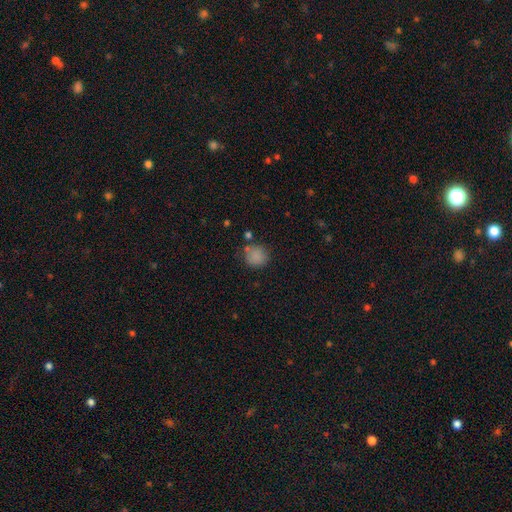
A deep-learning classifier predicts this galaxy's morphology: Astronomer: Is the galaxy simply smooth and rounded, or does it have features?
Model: smooth — 84%.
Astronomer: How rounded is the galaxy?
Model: round — 85%.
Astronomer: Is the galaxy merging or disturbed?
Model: none — 73%.